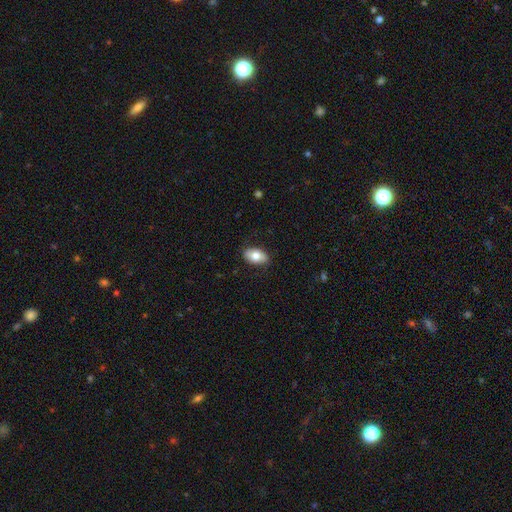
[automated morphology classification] Smooth or featured: smooth — 75% (featured or disk — 18%)
How rounded: in between — 91% (round — 7%)
Merging: none — 83% (minor disturbance — 13%)